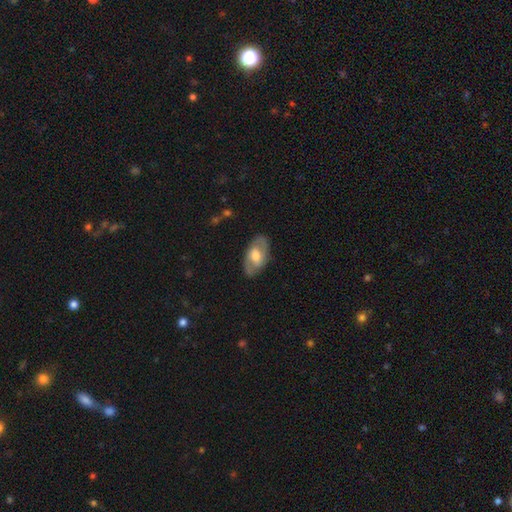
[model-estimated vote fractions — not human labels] Overall: featured or disk (56%; smooth 39%). Edge-on disk: no (91%). Bar: no (49%; weak 38%). Spiral arms: yes (60%; no 40%). Bulge size: moderate (63%). Merging: none (81%).